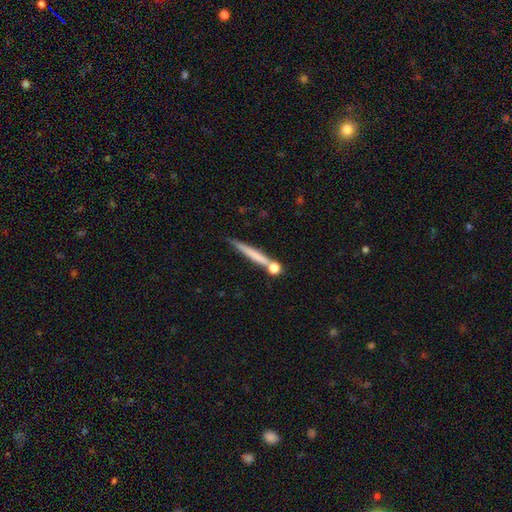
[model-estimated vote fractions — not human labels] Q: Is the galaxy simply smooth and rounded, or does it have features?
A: smooth — 57%.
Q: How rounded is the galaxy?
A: cigar-shaped — 93%.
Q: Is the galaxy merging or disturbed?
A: none — 67%.